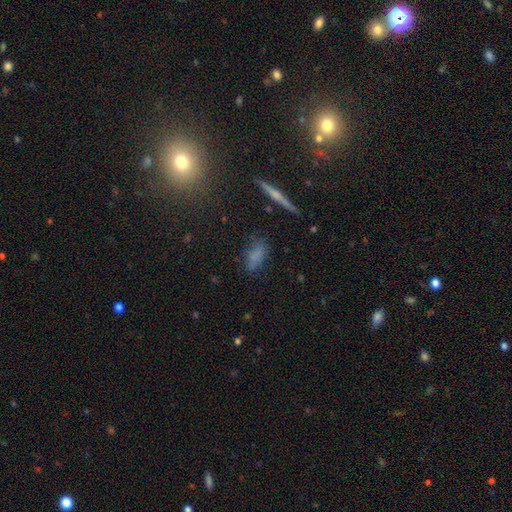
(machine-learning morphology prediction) Smooth or featured?
  - smooth: 71% *
  - featured or disk: 16%
  - star or artifact: 13%
How rounded?
  - in between: 80% *
  - cigar-shaped: 15%
  - round: 6%
Merging?
  - none: 67% *
  - minor disturbance: 23%
  - major disturbance: 7%
  - merger: 3%